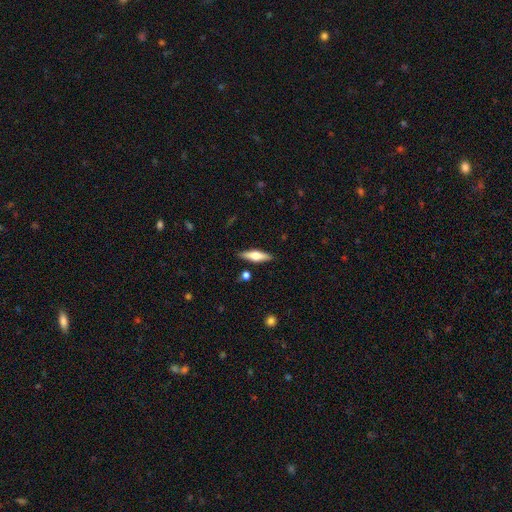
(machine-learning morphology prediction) Q: Smooth or featured?
A: featured or disk (48%); runner-up: smooth (46%)
Q: Merging?
A: none (87%); runner-up: minor disturbance (9%)